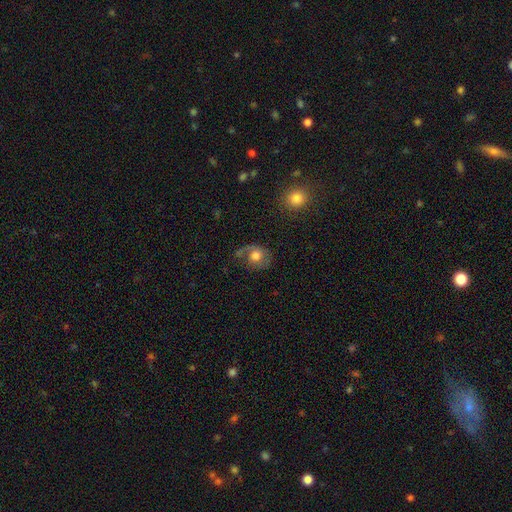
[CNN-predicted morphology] Q: Smooth or featured?
A: smooth (50%); runner-up: featured or disk (41%)
Q: How rounded?
A: round (61%); runner-up: in between (38%)
Q: Merging?
A: none (47%); runner-up: major disturbance (25%)